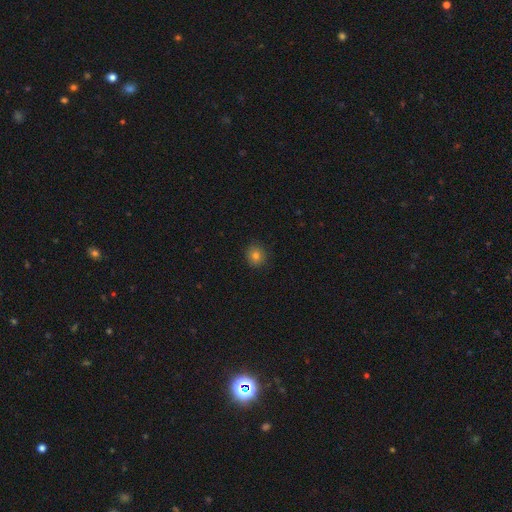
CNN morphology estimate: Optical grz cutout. It shows a smooth galaxy with no disk features (80%) that is round (86%). Merging: none (89%).